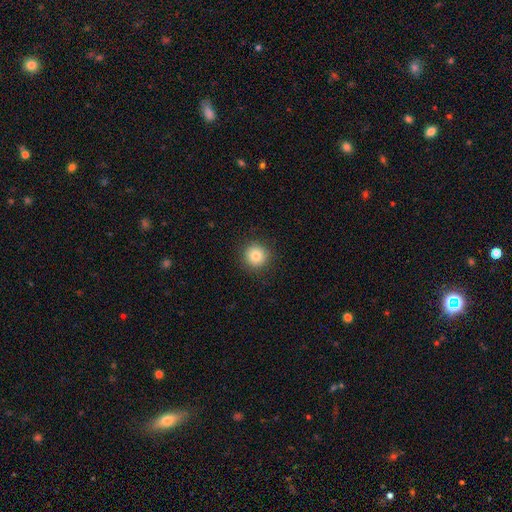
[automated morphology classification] Smooth or featured?
  - smooth: 82% *
  - star or artifact: 11%
  - featured or disk: 8%
How rounded?
  - round: 94% *
  - in between: 5%
  - cigar-shaped: 1%
Merging?
  - none: 91% *
  - minor disturbance: 6%
  - major disturbance: 2%
  - merger: 1%